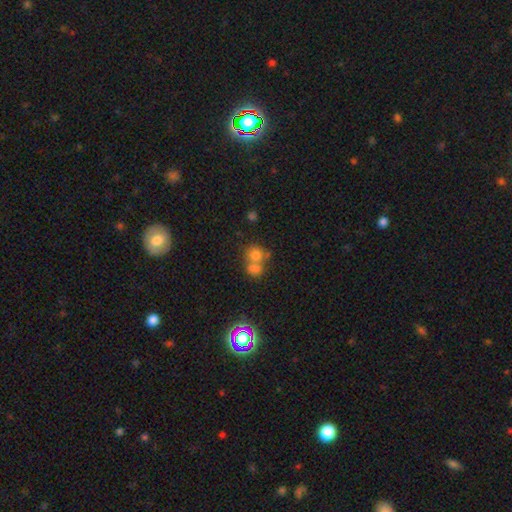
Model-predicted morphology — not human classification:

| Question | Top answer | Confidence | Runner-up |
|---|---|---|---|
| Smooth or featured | smooth | 73% | star or artifact (14%) |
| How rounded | round | 76% | in between (23%) |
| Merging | merger | 53% | none (35%) |